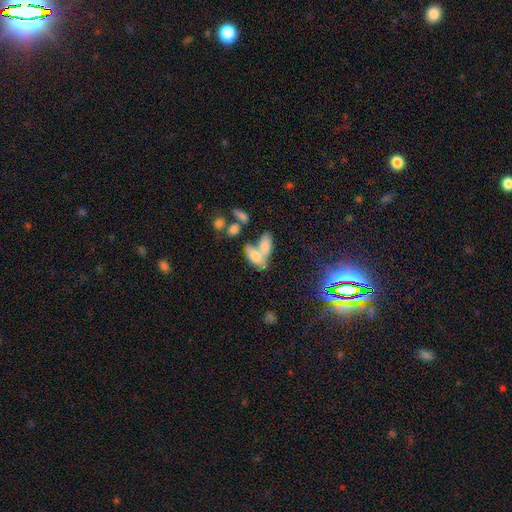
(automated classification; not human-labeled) A smooth galaxy with no disk features (69%) that is in between round and cigar-shaped (86%). Merging: merger (58%).